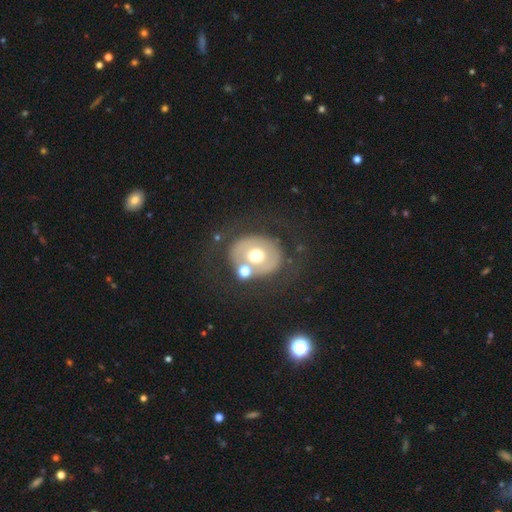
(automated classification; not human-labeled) smooth_or_featured: featured or disk (p=0.45) [tied with: smooth p=0.45]
merging: none (p=0.62) [alt: merger p=0.13]